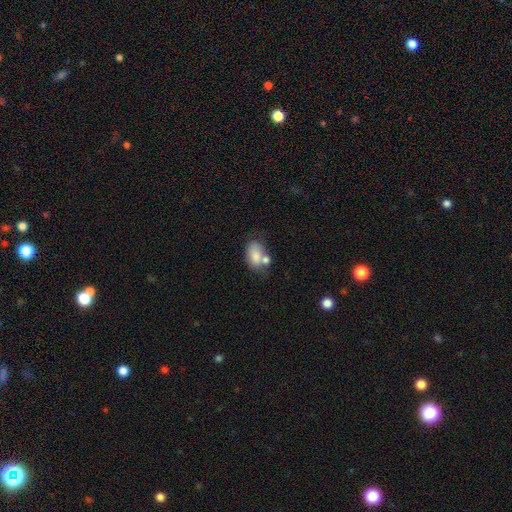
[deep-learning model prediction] Smooth or featured?
  - smooth: 77% *
  - featured or disk: 15%
  - star or artifact: 8%
How rounded?
  - in between: 86% *
  - round: 12%
  - cigar-shaped: 2%
Merging?
  - none: 38% *
  - merger: 35%
  - minor disturbance: 18%
  - major disturbance: 8%